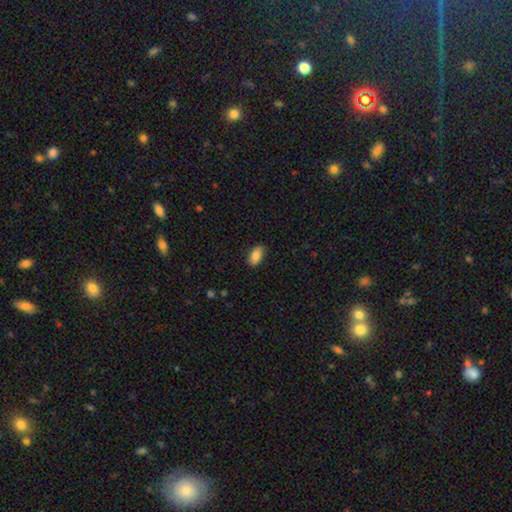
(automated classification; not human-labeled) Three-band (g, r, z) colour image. It shows a smooth galaxy with no disk features (85%) that is in between round and cigar-shaped (91%). Merging: none (87%).